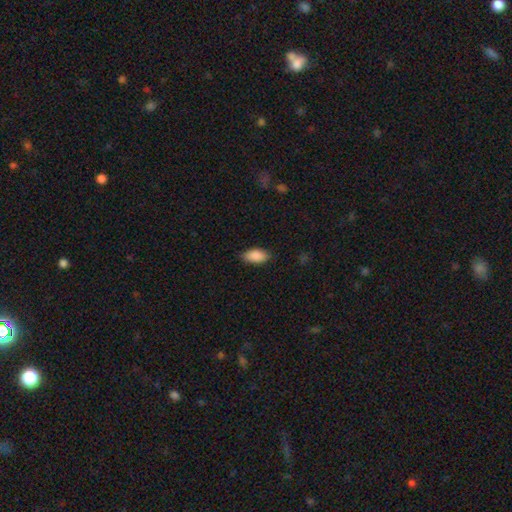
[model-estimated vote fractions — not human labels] Smooth or featured? Predicted: smooth (p=0.89). How rounded? Predicted: in between (p=0.91). Merging? Predicted: none (p=0.83).